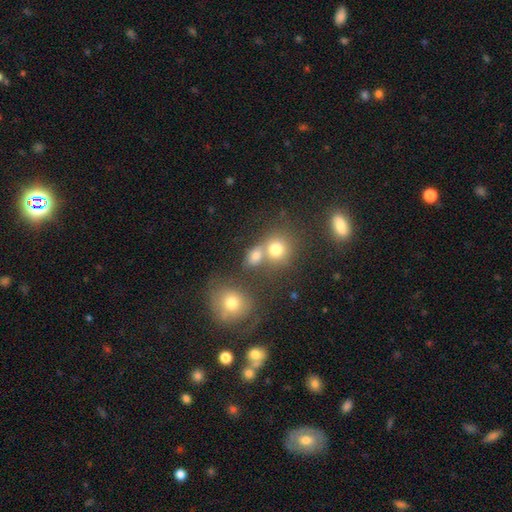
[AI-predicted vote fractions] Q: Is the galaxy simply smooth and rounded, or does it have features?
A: smooth — 73%.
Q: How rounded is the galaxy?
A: round — 62%.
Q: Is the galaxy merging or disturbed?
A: none — 44%.